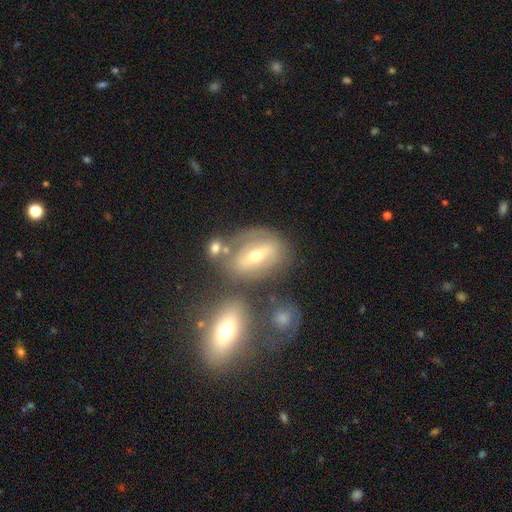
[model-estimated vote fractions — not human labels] Q: Smooth or featured?
A: featured or disk (63%); runner-up: smooth (25%)
Q: Edge-on disk?
A: no (83%); runner-up: yes (17%)
Q: Bar?
A: strong (43%); runner-up: weak (32%)
Q: Spiral arms?
A: no (52%); runner-up: yes (48%)
Q: Bulge size?
A: moderate (58%); runner-up: small (36%)
Q: Merging?
A: none (55%); runner-up: merger (20%)